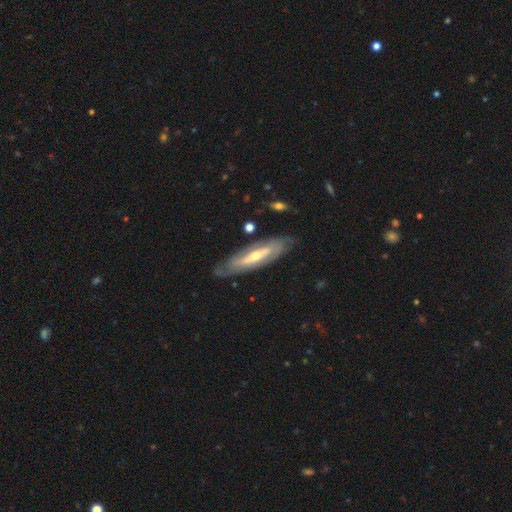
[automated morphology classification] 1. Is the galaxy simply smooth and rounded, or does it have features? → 72% featured or disk, 22% smooth, 5% star or artifact.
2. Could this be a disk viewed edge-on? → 64% no, 36% yes.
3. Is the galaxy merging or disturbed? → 77% none, 16% minor disturbance, 5% major disturbance, 2% merger.